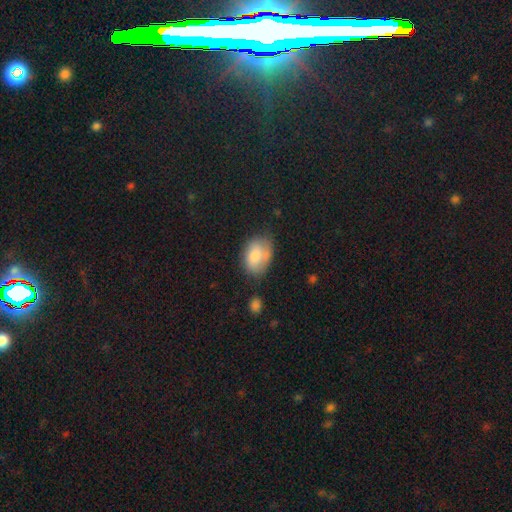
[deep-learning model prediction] Smooth or featured? Predicted: smooth (p=0.77). How rounded? Predicted: in between (p=0.83). Merging? Predicted: none (p=0.54).